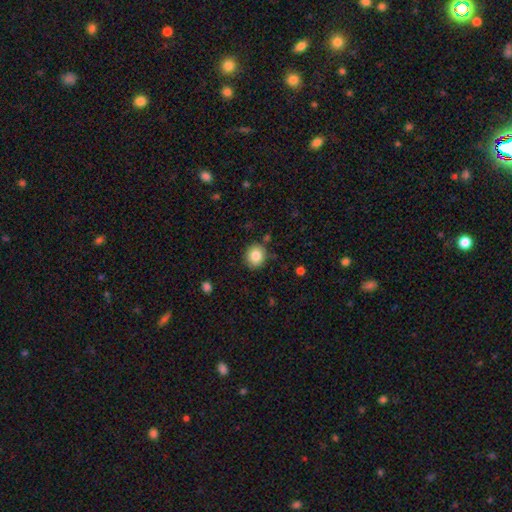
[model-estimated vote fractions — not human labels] This is clearly a smooth galaxy (84%). How rounded: clearly round (83%). Merging: clearly none (86%).